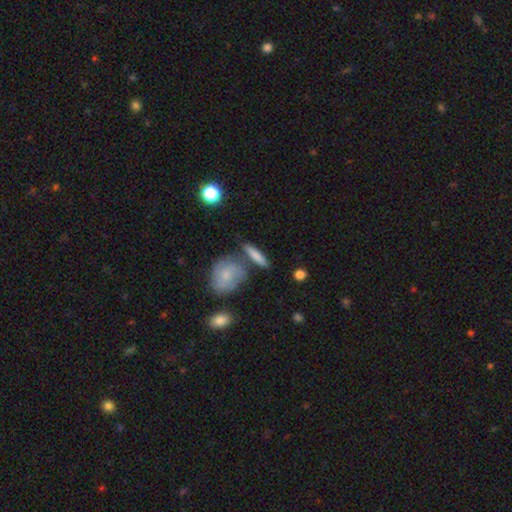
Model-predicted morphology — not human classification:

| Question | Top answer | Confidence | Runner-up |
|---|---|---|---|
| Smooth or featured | smooth | 68% | featured or disk (25%) |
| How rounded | cigar-shaped | 72% | in between (22%) |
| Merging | none | 68% | merger (14%) |